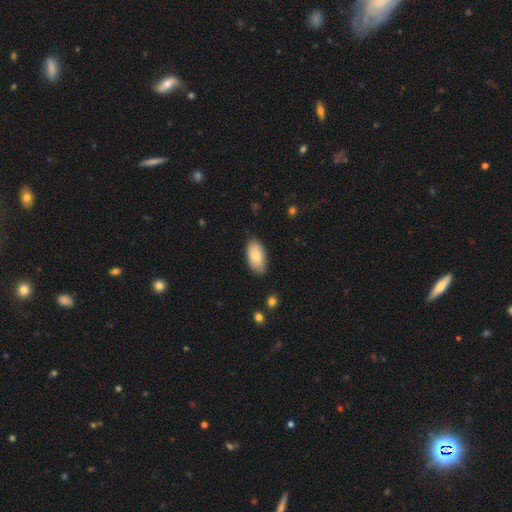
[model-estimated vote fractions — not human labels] A smooth galaxy with no disk features (81%) that is in between round and cigar-shaped (95%). Merging: none (84%).